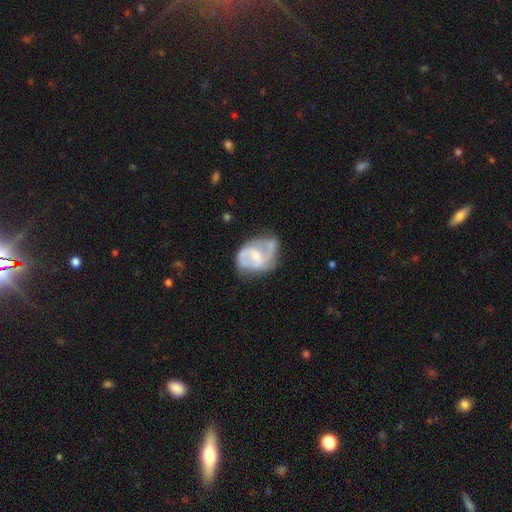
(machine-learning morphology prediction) The model was most divided on "bulge size": small: 50%, moderate: 38%, none: 9%, large: 3%, dominant: 1%. Remaining: edge-on disk — no (98%); spiral arms — yes (85%); smooth or featured — featured or disk (77%); spiral arm count — 2 (66%); bar — weak (53%); spiral winding — medium (48%); merging — none (43%).